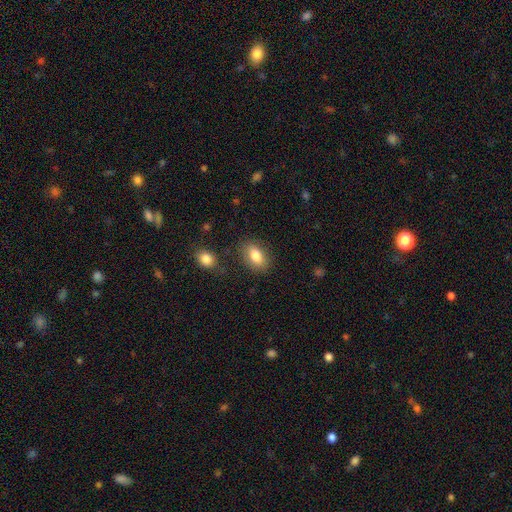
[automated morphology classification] Smooth or featured?
  - smooth: 83% *
  - featured or disk: 10%
  - star or artifact: 8%
How rounded?
  - in between: 87% *
  - round: 11%
  - cigar-shaped: 2%
Merging?
  - none: 82% *
  - minor disturbance: 12%
  - major disturbance: 3%
  - merger: 3%